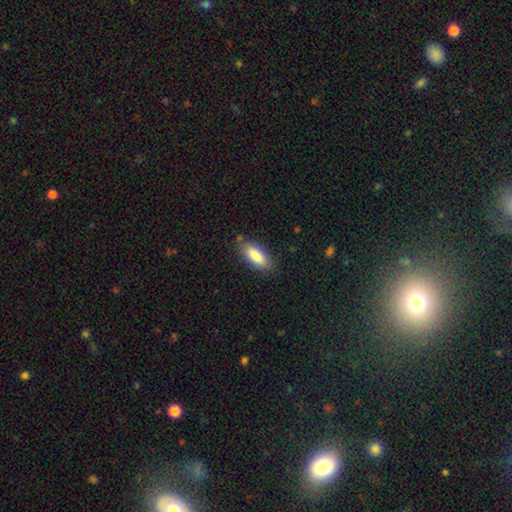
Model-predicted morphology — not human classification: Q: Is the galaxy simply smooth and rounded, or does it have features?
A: smooth — 84%.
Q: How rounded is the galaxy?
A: in between — 73%.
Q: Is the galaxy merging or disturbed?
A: none — 82%.